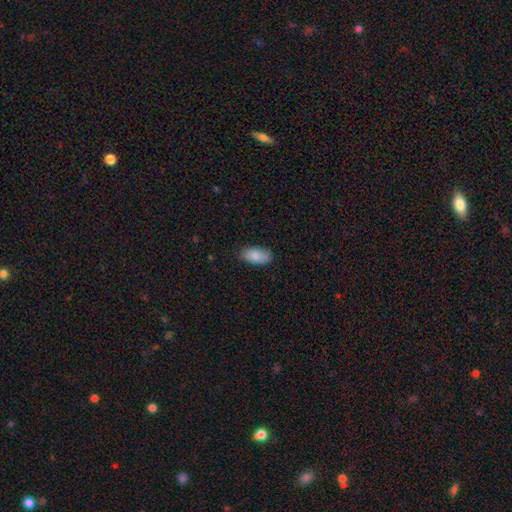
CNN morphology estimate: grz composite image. It shows a smooth galaxy with no disk features (86%) that is in between round and cigar-shaped (92%). Merging: none (84%).